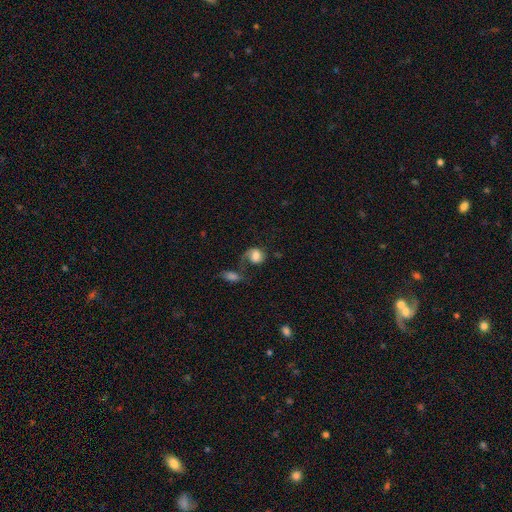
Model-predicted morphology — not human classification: type=smooth (54%); roundness=round (54%); merging=major disturbance (31%).